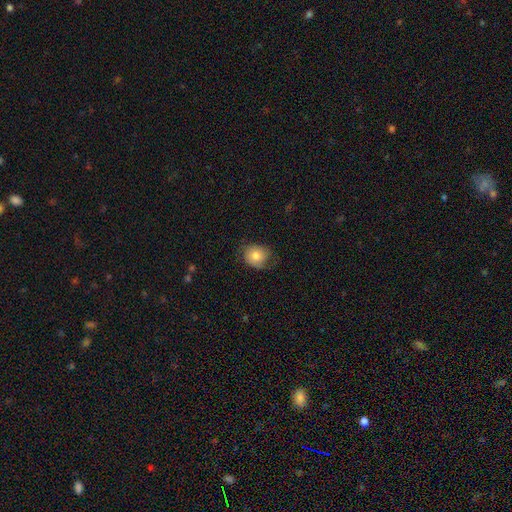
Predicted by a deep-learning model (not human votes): Smooth or featured? Predicted: smooth (p=0.66). How rounded? Predicted: round (p=0.66). Merging? Predicted: none (p=0.61).